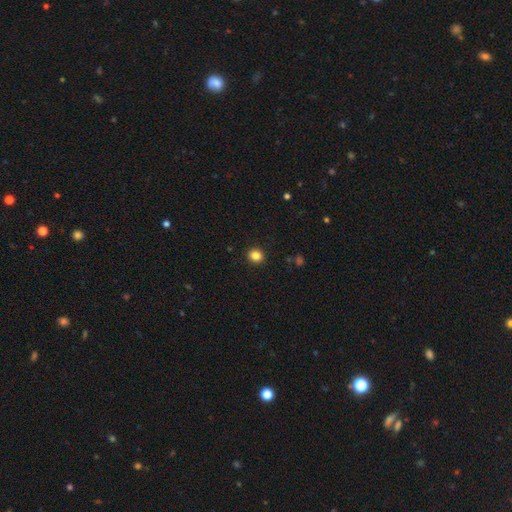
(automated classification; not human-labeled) Overall: smooth (84%). How rounded: round (78%). Merging: none (91%).